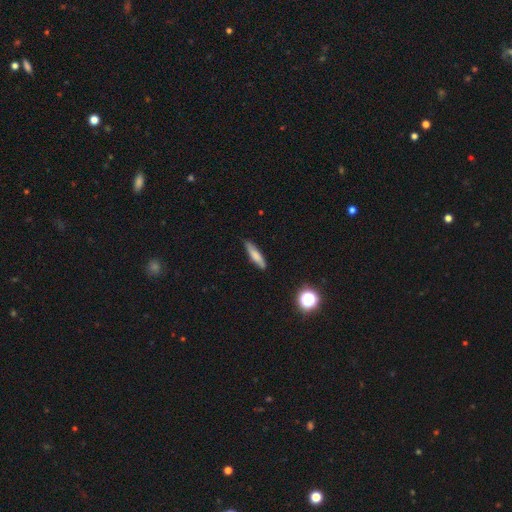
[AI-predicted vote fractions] Smooth or featured? smooth (72%)
How rounded? cigar-shaped (81%)
Merging? none (81%)